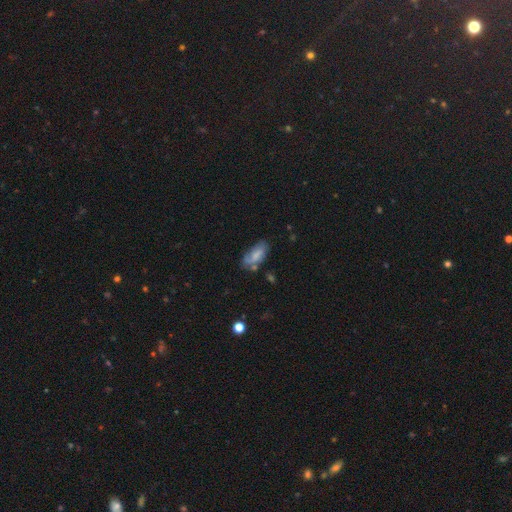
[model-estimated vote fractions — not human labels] A smooth galaxy with no disk features (56%) that is in between round and cigar-shaped (88%).

Vote fractions:
- Smooth or featured? smooth: 56% / featured or disk: 36% / star or artifact: 8%
- How rounded? in between: 88% / cigar-shaped: 9% / round: 3%
- Merging? none: 50% / minor disturbance: 29% / major disturbance: 13% / merger: 8%